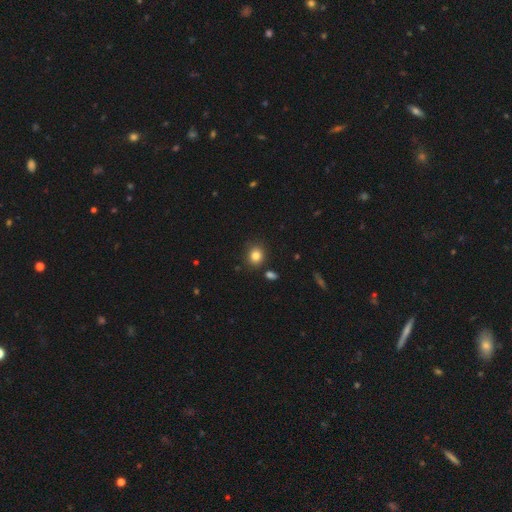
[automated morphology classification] A smooth galaxy with no disk features (83%) that is round (75%). Merging: none (84%).